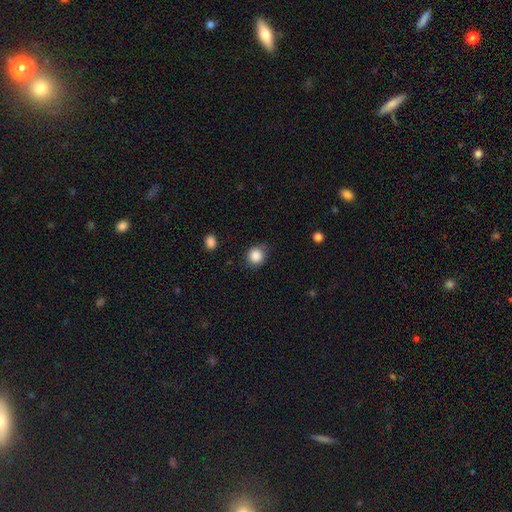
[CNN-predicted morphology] This appears to be a smooth galaxy with no disk features (87%) that is round (88%). Merging: none (76%).